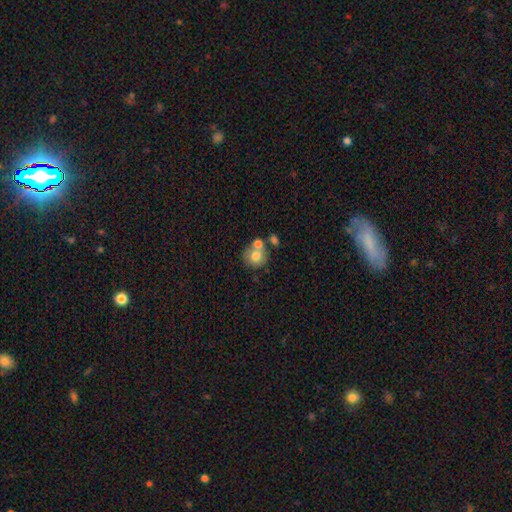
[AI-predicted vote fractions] Smooth or featured: smooth — 71% (featured or disk — 20%)
How rounded: round — 84% (in between — 15%)
Merging: none — 51% (merger — 35%)